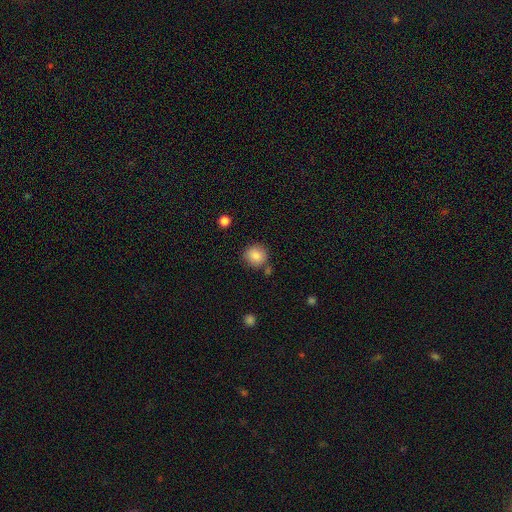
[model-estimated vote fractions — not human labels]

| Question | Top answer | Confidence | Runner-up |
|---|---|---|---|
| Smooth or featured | smooth | 85% | star or artifact (9%) |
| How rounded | round | 91% | in between (8%) |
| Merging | none | 80% | minor disturbance (10%) |